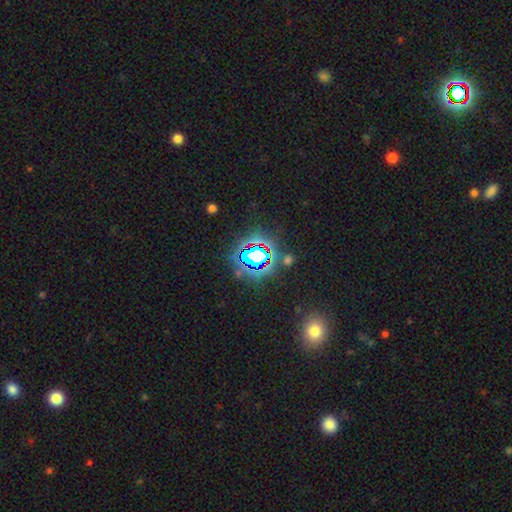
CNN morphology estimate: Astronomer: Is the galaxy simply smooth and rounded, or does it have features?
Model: star or artifact — 76%.